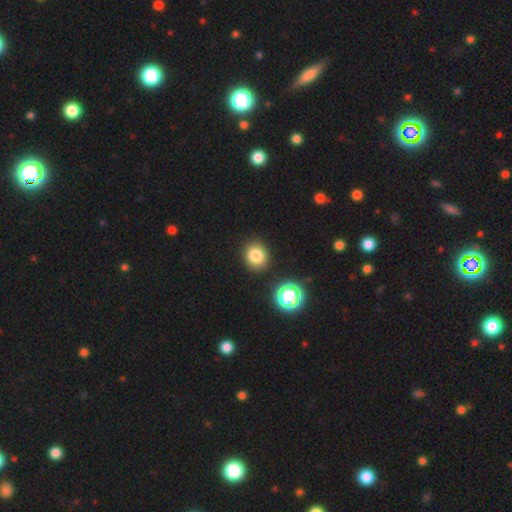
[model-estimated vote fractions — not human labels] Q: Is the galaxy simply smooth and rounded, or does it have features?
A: smooth — 81%.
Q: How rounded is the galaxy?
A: round — 79%.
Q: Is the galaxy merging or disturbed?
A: none — 88%.